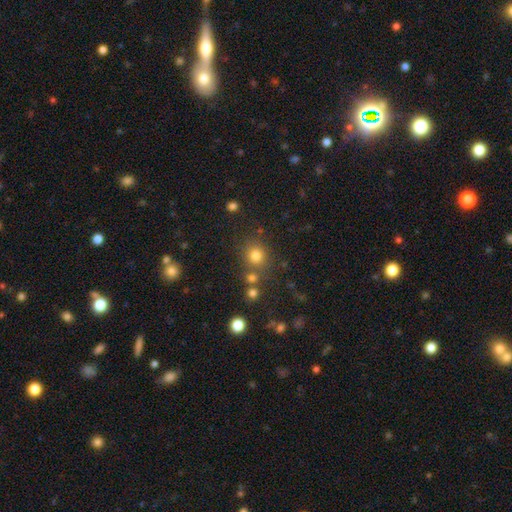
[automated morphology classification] A smooth galaxy with no disk features (77%) that is round (86%).

Vote fractions:
- Smooth or featured? smooth: 77% / star or artifact: 16% / featured or disk: 6%
- How rounded? round: 86% / in between: 13% / cigar-shaped: 1%
- Merging? none: 75% / merger: 12% / minor disturbance: 9% / major disturbance: 4%